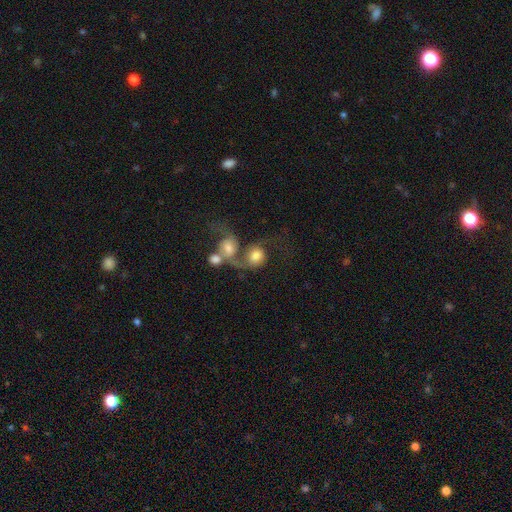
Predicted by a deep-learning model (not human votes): This is possibly a featured or disk galaxy (47%). Merging: likely merger (69%).